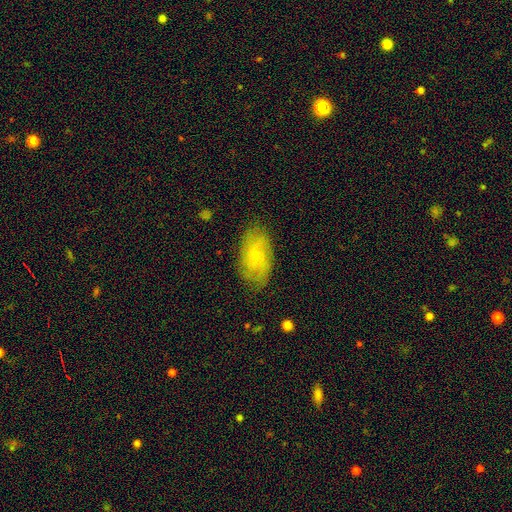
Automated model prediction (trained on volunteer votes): Smooth or featured?
  - smooth: 48% *
  - featured or disk: 44%
  - star or artifact: 8%
Merging?
  - none: 77% *
  - minor disturbance: 18%
  - major disturbance: 4%
  - merger: 1%